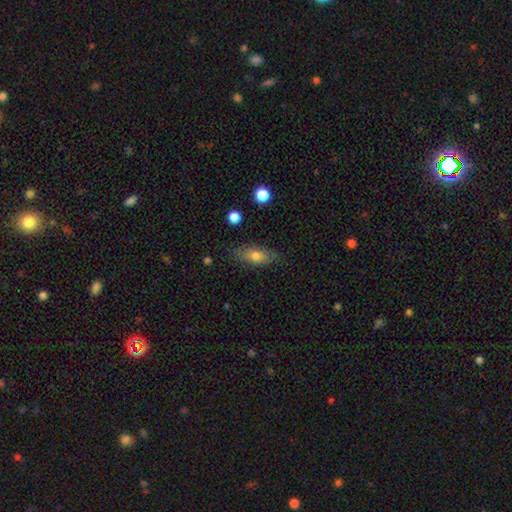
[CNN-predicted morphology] A smooth galaxy with no disk features (71%) that is in between round and cigar-shaped (74%).

Vote fractions:
- Smooth or featured? smooth: 71% / featured or disk: 22% / star or artifact: 7%
- How rounded? in between: 74% / cigar-shaped: 22% / round: 4%
- Merging? none: 81% / minor disturbance: 15% / major disturbance: 3% / merger: 2%